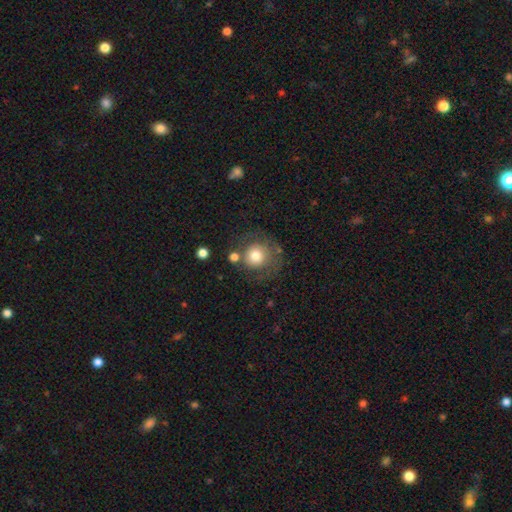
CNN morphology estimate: smooth 69%, featured or disk 22%, star or artifact 9%. Down the decision tree: how rounded — round (90%); merging — none (61%).